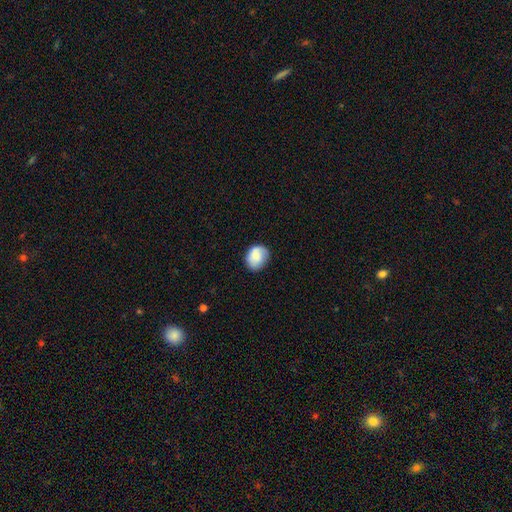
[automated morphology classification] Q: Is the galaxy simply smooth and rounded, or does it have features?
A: smooth — 79%.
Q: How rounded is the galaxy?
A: round — 57%.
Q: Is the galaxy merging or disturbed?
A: none — 72%.